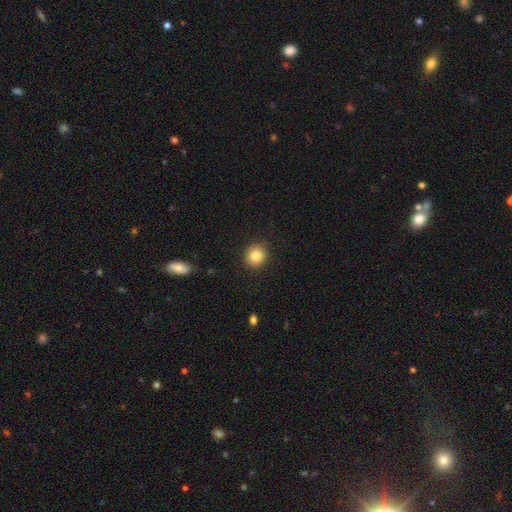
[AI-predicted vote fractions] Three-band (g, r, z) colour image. It shows a smooth galaxy with no disk features (84%) that is round (83%). Merging: none (90%).